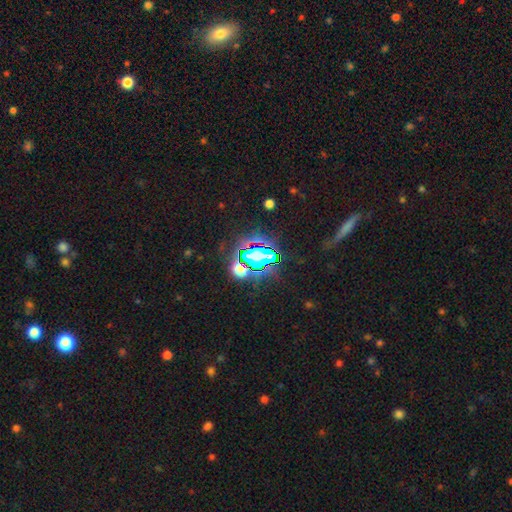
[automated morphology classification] A star or artifact, not a galaxy (67%).